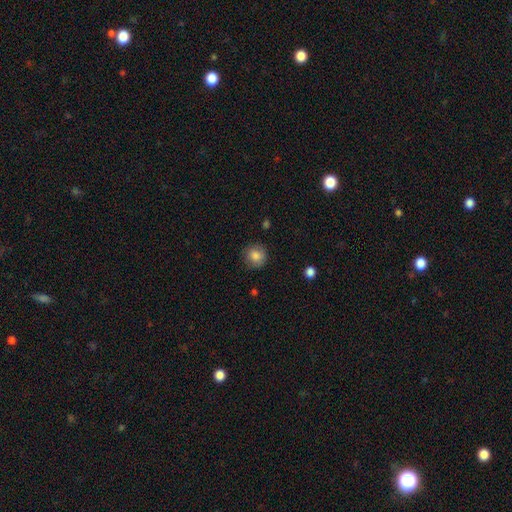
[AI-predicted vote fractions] Overall: smooth (83%). How rounded: round (90%). Merging: none (84%).